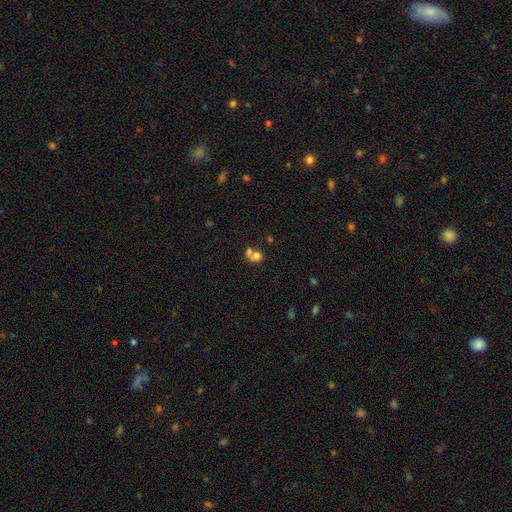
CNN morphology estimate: smooth 67%, featured or disk 20%, star or artifact 13%. Down the decision tree: how rounded — round (67%); merging — merger (59%).